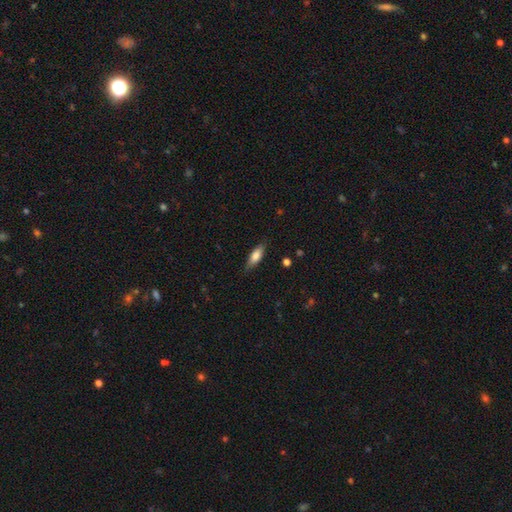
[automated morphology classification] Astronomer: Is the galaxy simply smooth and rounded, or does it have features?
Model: smooth — 75%.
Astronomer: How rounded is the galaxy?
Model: in between — 60% (runner-up: cigar-shaped, 38%).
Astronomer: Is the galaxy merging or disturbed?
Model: none — 80%.